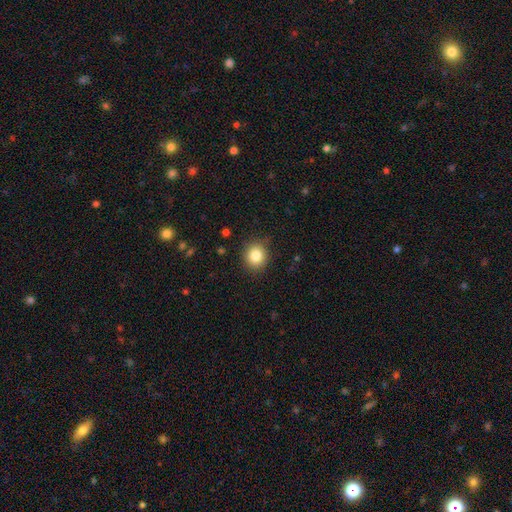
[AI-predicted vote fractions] Overall: smooth (83%). How rounded: round (83%). Merging: none (86%).